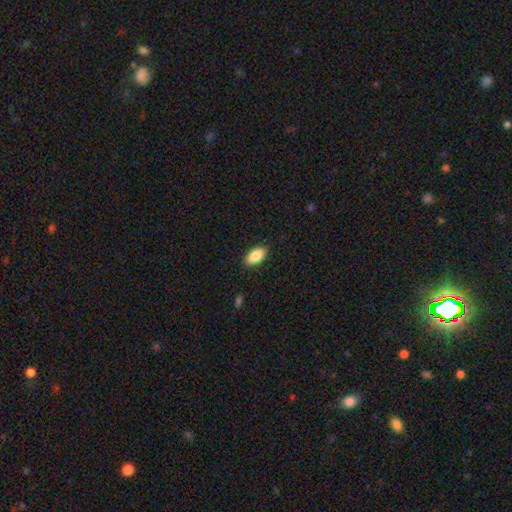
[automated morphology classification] A smooth galaxy with no disk features (86%) that is in between round and cigar-shaped (92%).

Vote fractions:
- Smooth or featured? smooth: 86% / featured or disk: 7% / star or artifact: 7%
- How rounded? in between: 92% / cigar-shaped: 5% / round: 3%
- Merging? none: 89% / minor disturbance: 8% / major disturbance: 2% / merger: 1%